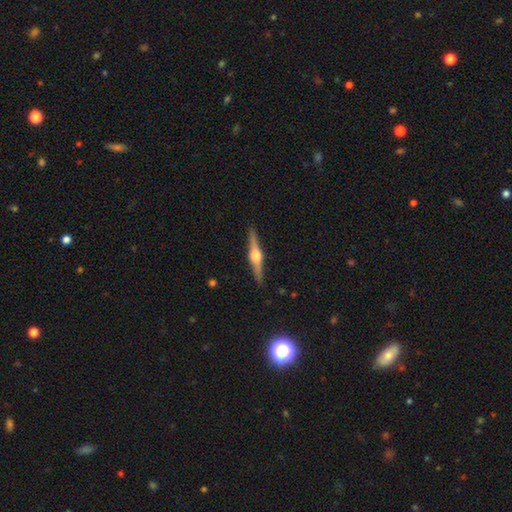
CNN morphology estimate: featured or disk 81%, smooth 14%, star or artifact 5%. Down the decision tree: edge-on disk — yes (98%); edge-on bulge — rounded (95%); merging — none (91%).